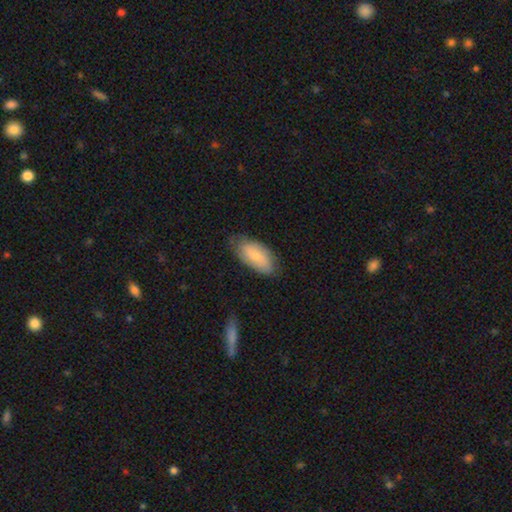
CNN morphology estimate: smooth 71%, featured or disk 23%, star or artifact 6%. Down the decision tree: how rounded — in between (92%); merging — none (71%).